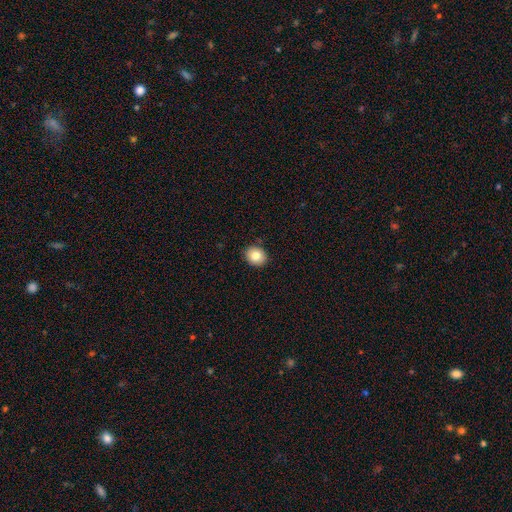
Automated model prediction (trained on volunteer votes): The model was most divided on "how rounded": round: 62%, in between: 38%, cigar-shaped: 1%. More confident: merging — none (90%); smooth or featured — smooth (81%).